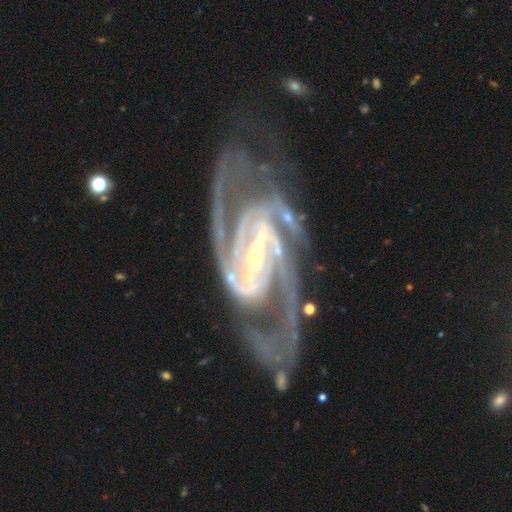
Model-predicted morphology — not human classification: Overall: featured or disk (93%). Edge-on disk: no (97%). Bar: strong (74%). Spiral arms: yes (99%). Spiral arm count: 2 (74%). Spiral winding: medium (50%; tight 41%). Bulge size: small (76%). Merging: none (60%).